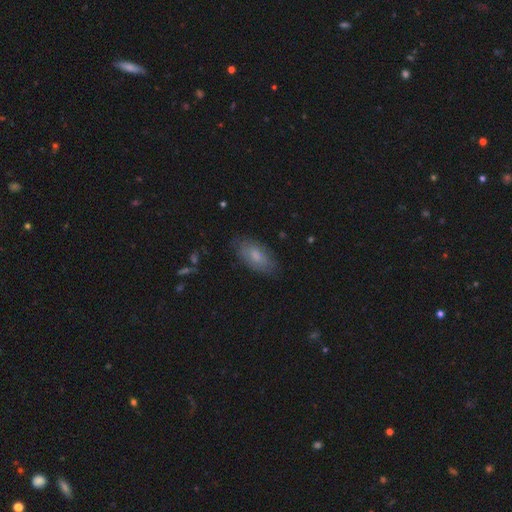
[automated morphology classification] This appears to be a smooth galaxy with no disk features (70%) that is in between round and cigar-shaped (90%). Merging: none (76%).